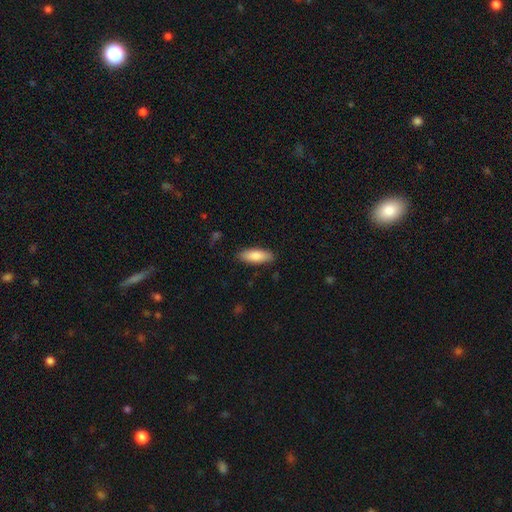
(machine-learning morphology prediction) Smooth or featured? Predicted: smooth (p=0.84). How rounded? Predicted: in between (p=0.67). Merging? Predicted: none (p=0.87).